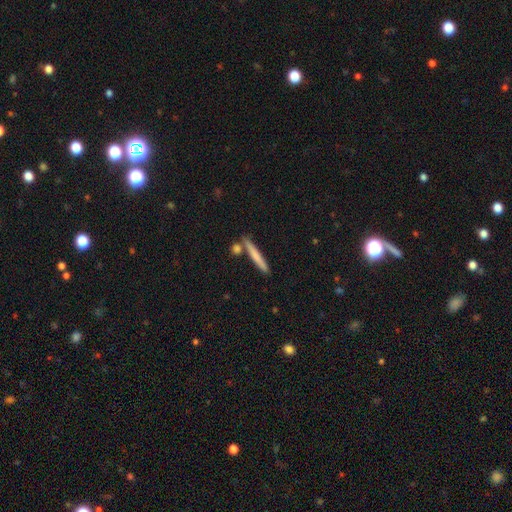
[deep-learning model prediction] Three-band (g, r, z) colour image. It shows a smooth galaxy with no disk features (67%) that is cigar-shaped (95%). Merging: none (81%).